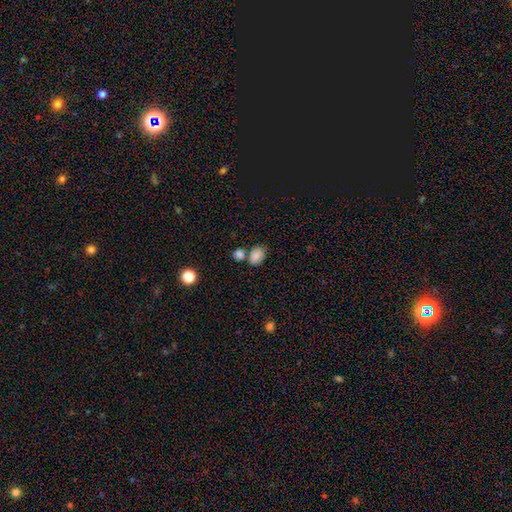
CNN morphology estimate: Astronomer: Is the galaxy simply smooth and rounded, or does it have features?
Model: smooth — 82%.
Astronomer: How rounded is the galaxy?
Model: in between — 60% (runner-up: round, 39%).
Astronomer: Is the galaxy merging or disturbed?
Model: none — 57%.